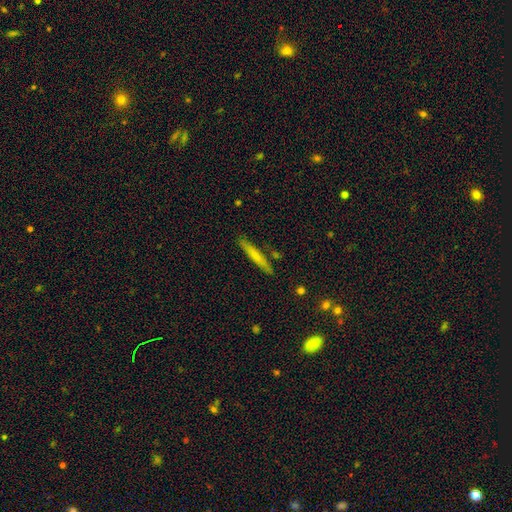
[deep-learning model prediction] smooth_or_featured: smooth (p=0.60) [alt: featured or disk p=0.34]
how_rounded: cigar-shaped (p=0.94) [alt: in between p=0.04]
merging: none (p=0.87) [alt: minor disturbance p=0.09]